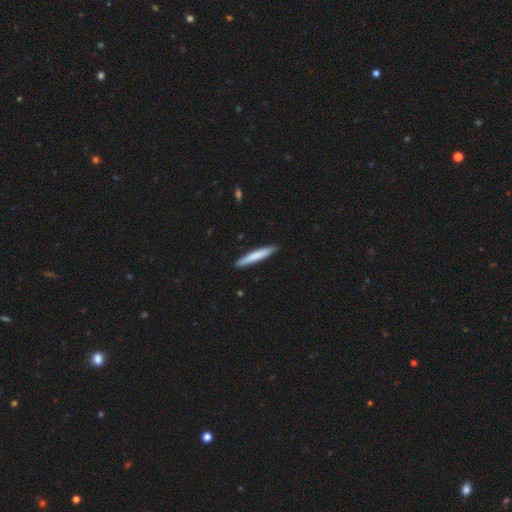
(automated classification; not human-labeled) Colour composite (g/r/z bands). It shows a smooth galaxy with no disk features (75%) that is cigar-shaped (95%). Merging: none (90%).